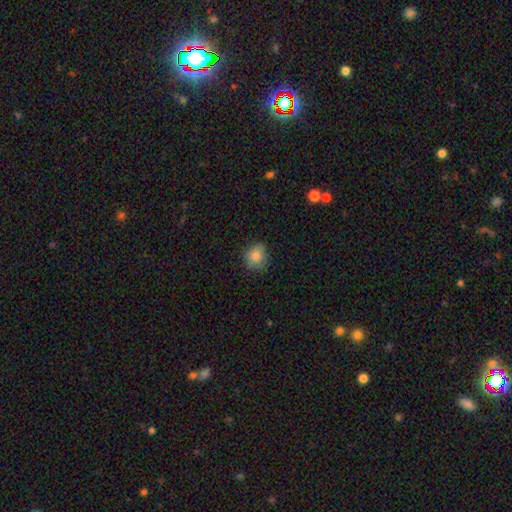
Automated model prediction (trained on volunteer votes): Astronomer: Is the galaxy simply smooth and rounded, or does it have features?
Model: smooth — 83%.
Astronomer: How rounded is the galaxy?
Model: round — 76%.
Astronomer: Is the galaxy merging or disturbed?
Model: none — 74%.